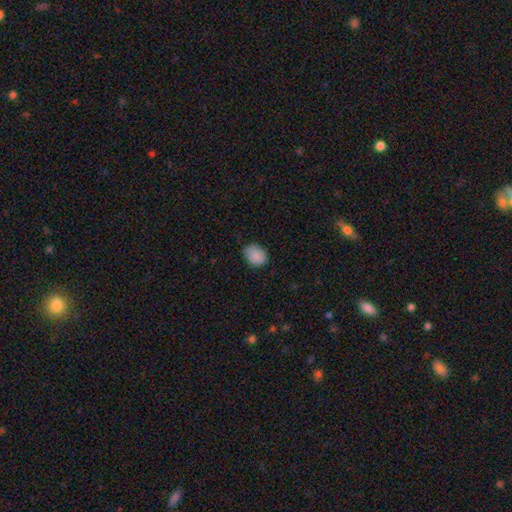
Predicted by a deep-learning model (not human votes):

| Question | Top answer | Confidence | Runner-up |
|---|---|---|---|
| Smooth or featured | smooth | 88% | star or artifact (8%) |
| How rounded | in between | 51% | round (48%) |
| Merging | none | 75% | minor disturbance (21%) |